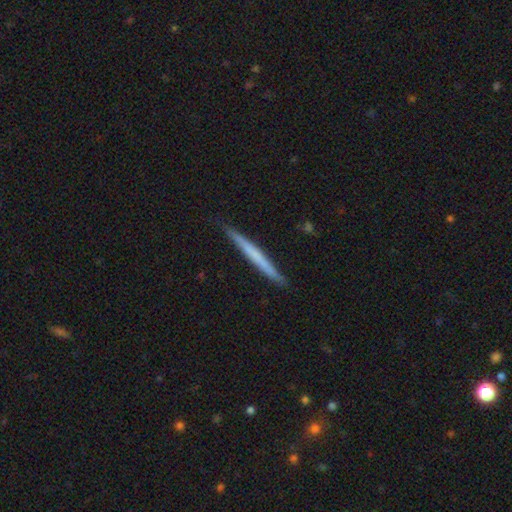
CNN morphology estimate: Q: Smooth or featured?
A: smooth (52%); runner-up: featured or disk (43%)
Q: How rounded?
A: cigar-shaped (97%); runner-up: in between (2%)
Q: Merging?
A: none (89%); runner-up: minor disturbance (8%)